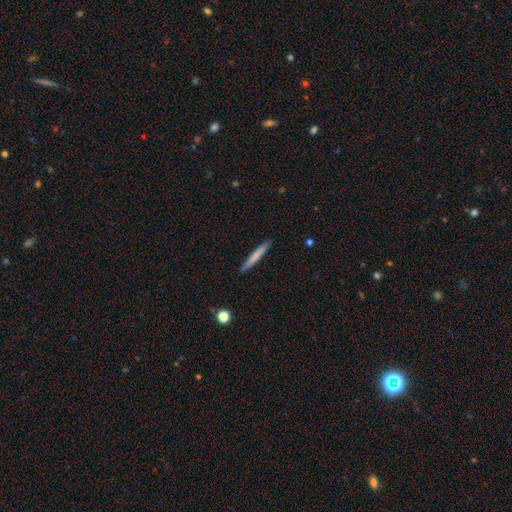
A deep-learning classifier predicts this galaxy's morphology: A smooth galaxy with no disk features (74%) that is cigar-shaped (96%). Merging: none (90%).